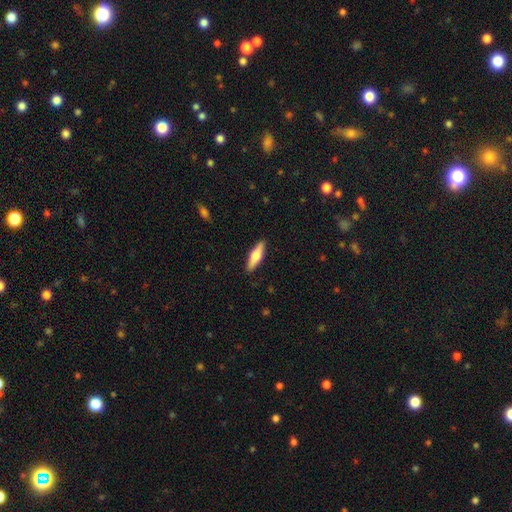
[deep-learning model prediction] smooth 52%, featured or disk 42%, star or artifact 5%. Down the decision tree: how rounded — cigar-shaped (63%); merging — none (90%).